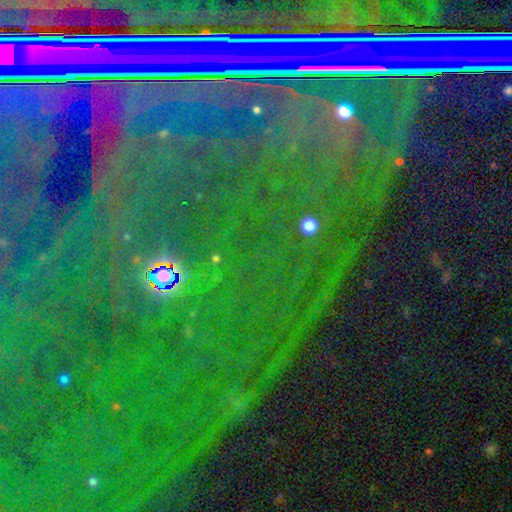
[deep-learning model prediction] smooth-or-featured: star or artifact: 85% | featured or disk: 8% | smooth: 7%